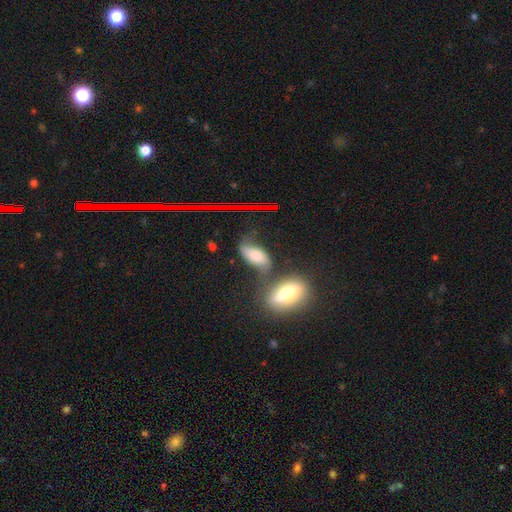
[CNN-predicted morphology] type=smooth (55%); roundness=in between (84%); merging=none (49%).